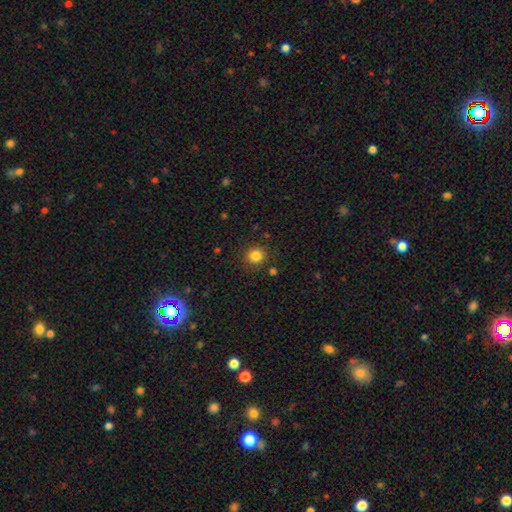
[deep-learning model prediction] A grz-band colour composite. It shows a smooth galaxy with no disk features (83%) that is round (89%). Merging: none (87%).